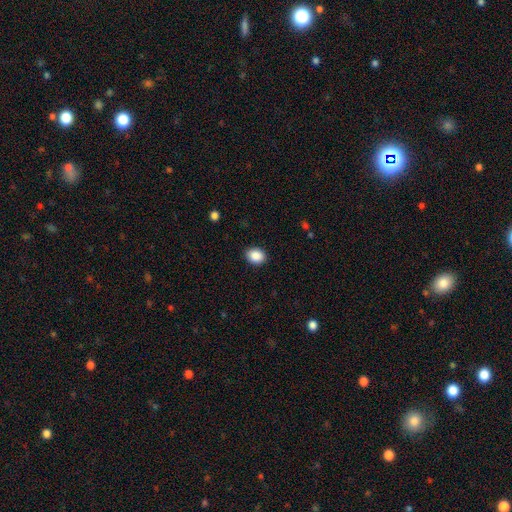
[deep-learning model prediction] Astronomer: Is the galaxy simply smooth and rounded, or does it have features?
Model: smooth — 89%.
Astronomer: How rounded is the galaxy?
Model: in between — 54% (runner-up: round, 45%).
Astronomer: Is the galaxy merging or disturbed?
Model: none — 89%.